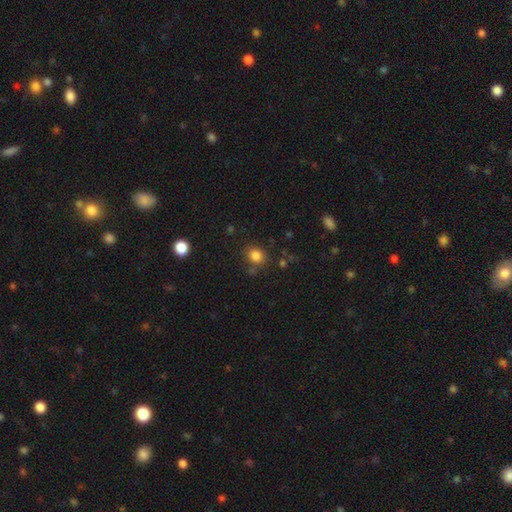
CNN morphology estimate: Smooth or featured: smooth — 82% (star or artifact — 12%)
How rounded: round — 59% (in between — 40%)
Merging: none — 78% (minor disturbance — 12%)